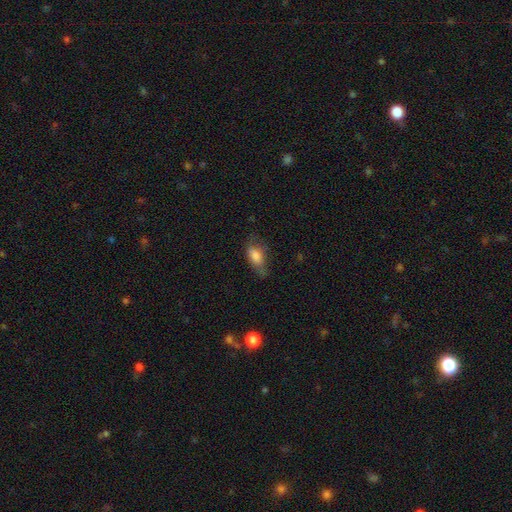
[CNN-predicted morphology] Smooth or featured: smooth — 77% (featured or disk — 15%)
How rounded: in between — 83% (cigar-shaped — 11%)
Merging: none — 49% (minor disturbance — 32%)